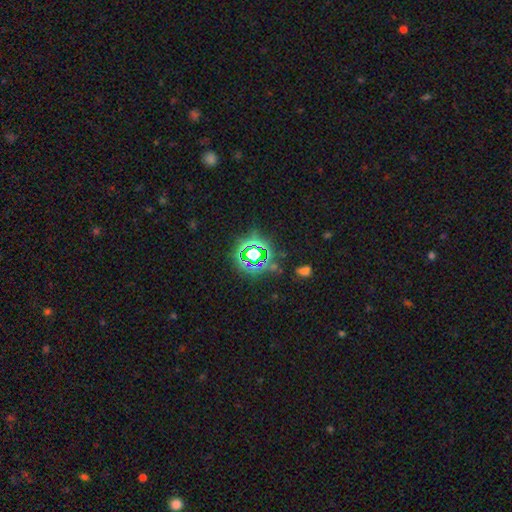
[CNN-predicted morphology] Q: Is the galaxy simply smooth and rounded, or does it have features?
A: star or artifact — 73%.